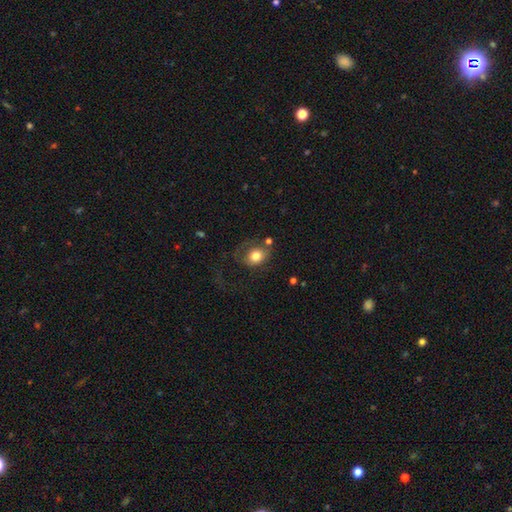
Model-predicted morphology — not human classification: The model was most divided on "how rounded": round: 55%, in between: 44%, cigar-shaped: 1%. Remaining: smooth or featured — smooth (74%); merging — none (42%).